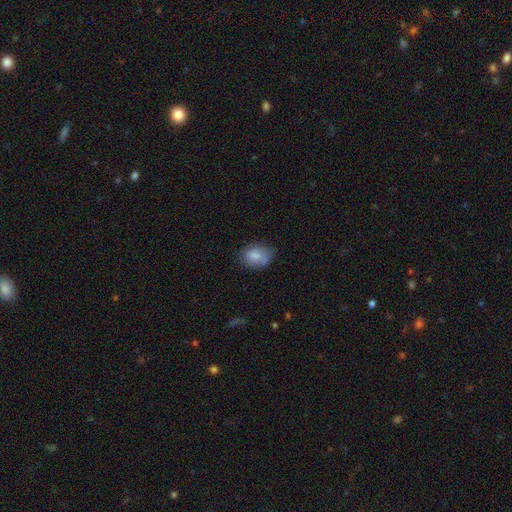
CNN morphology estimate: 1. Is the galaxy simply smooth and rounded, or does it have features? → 81% smooth, 11% featured or disk, 8% star or artifact.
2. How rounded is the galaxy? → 74% in between, 25% round, 1% cigar-shaped.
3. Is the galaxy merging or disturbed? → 63% none, 27% minor disturbance, 7% major disturbance, 3% merger.